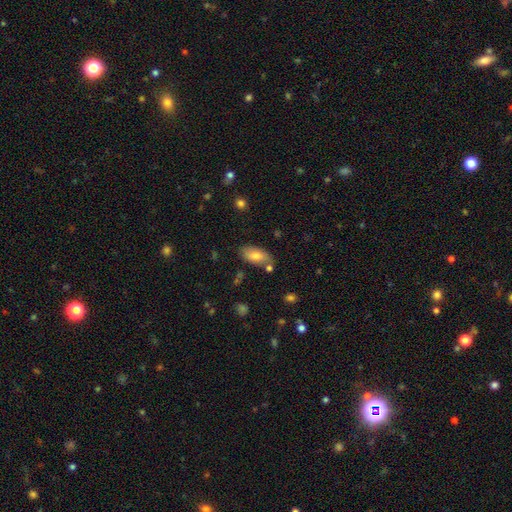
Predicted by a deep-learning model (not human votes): Smooth or featured? Predicted: smooth (p=0.78). How rounded? Predicted: in between (p=0.91). Merging? Predicted: none (p=0.75).